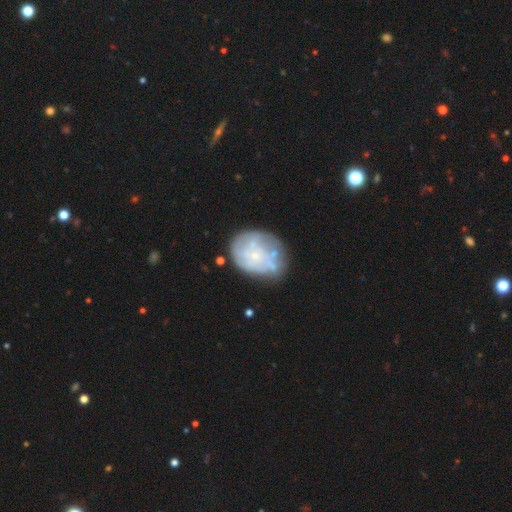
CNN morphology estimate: Smooth or featured?
  - featured or disk: 58% *
  - smooth: 33%
  - star or artifact: 9%
Edge-on disk?
  - no: 98% *
  - yes: 2%
Bar?
  - no: 87% *
  - weak: 11%
  - strong: 2%
Spiral arms?
  - no: 60% *
  - yes: 40%
Bulge size?
  - small: 73% *
  - none: 13%
  - moderate: 12%
  - large: 1%
  - dominant: 1%
Merging?
  - none: 53% *
  - minor disturbance: 25%
  - major disturbance: 14%
  - merger: 8%